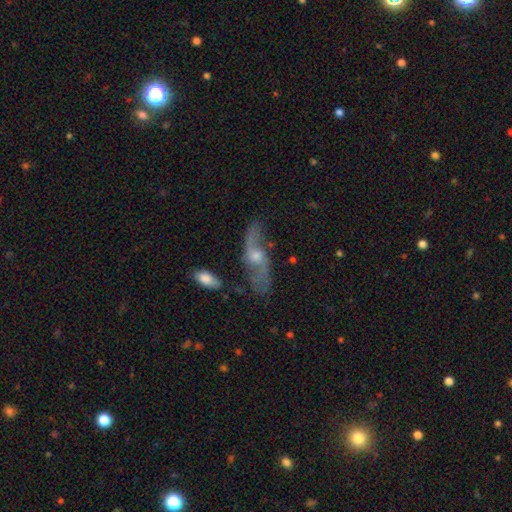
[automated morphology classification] This is likely a featured or disk galaxy (74%). It is likely not viewed edge-on (80%). Bar: likely no (62%). Spiral arm pattern: clearly yes (86%). Spiral arm count: likely 2 (80%). Spiral winding: possibly loose (57%). Central bulge: possibly moderate (57%). Merging: likely none (67%).